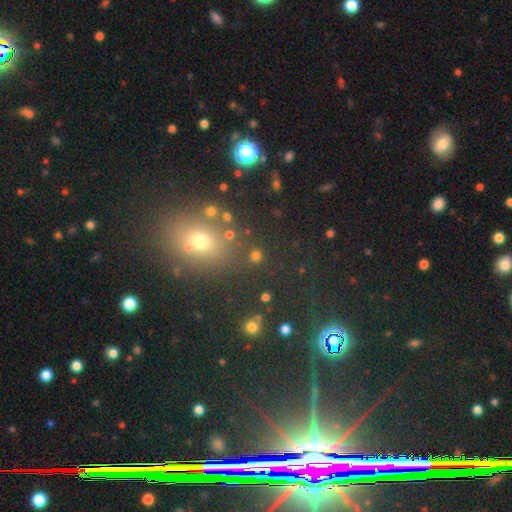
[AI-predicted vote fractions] A smooth galaxy with no disk features (72%) that is round (90%).

Vote fractions:
- Smooth or featured? smooth: 72% / star or artifact: 22% / featured or disk: 6%
- How rounded? round: 90% / in between: 9% / cigar-shaped: 1%
- Merging? none: 83% / minor disturbance: 7% / merger: 6% / major disturbance: 4%